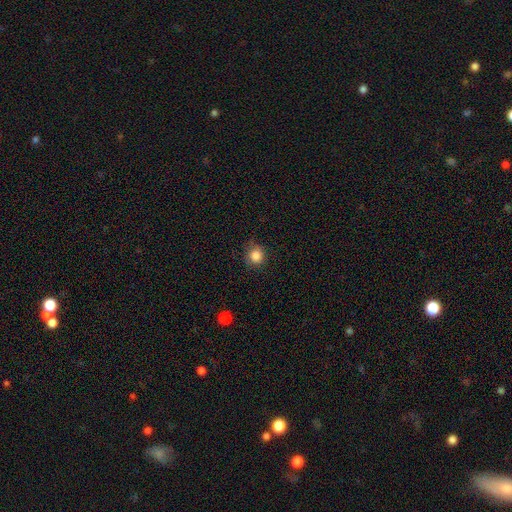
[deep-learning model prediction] A smooth galaxy with no disk features (85%) that is round (88%).

Vote fractions:
- Smooth or featured? smooth: 85% / star or artifact: 10% / featured or disk: 5%
- How rounded? round: 88% / in between: 11% / cigar-shaped: 1%
- Merging? none: 76% / minor disturbance: 18% / major disturbance: 4% / merger: 1%